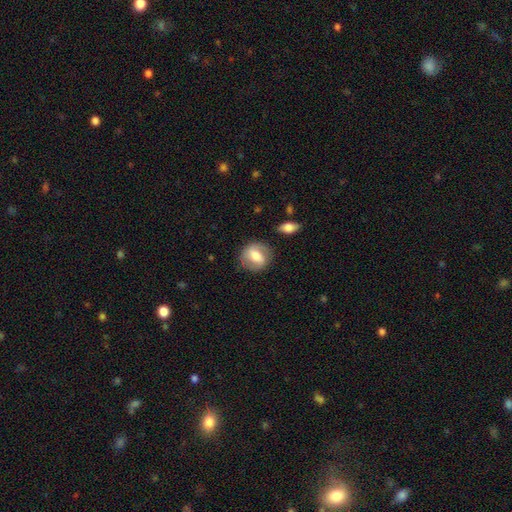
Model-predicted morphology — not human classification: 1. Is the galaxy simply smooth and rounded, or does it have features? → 58% smooth, 34% featured or disk, 7% star or artifact.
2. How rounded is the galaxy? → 65% round, 33% in between, 2% cigar-shaped.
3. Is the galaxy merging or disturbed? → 78% none, 15% minor disturbance, 5% major disturbance, 2% merger.